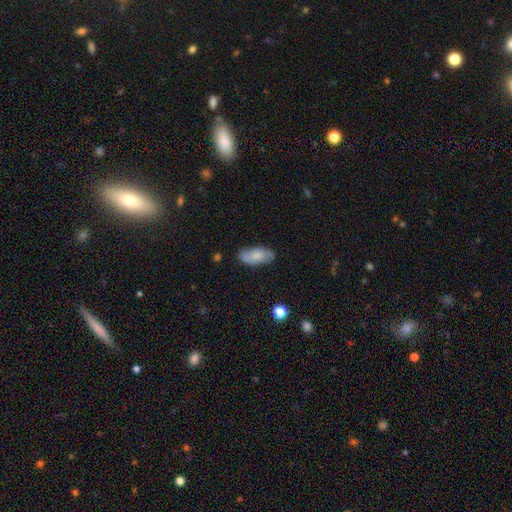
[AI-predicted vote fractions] smooth-or-featured: smooth: 69% | featured or disk: 24% | star or artifact: 7%
  how-rounded: in between: 90% | cigar-shaped: 7% | round: 3%
  merging: none: 75% | minor disturbance: 19% | major disturbance: 4% | merger: 2%